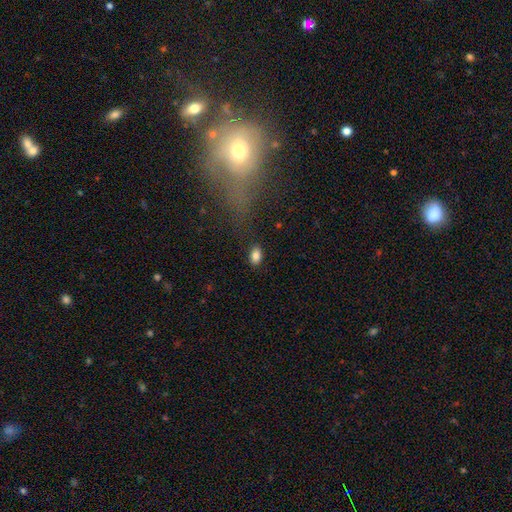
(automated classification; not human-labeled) smooth_or_featured: smooth (p=0.84) [alt: star or artifact p=0.09]
how_rounded: in between (p=0.88) [alt: round p=0.10]
merging: none (p=0.85) [alt: minor disturbance p=0.10]